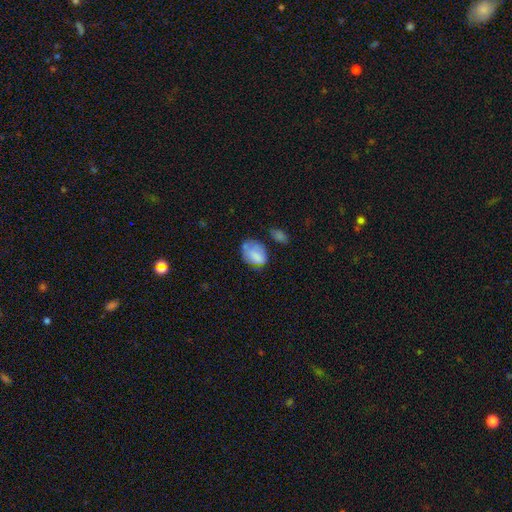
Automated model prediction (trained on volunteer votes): The model was most divided on "merging": none: 43%, minor disturbance: 33%, major disturbance: 15%, merger: 8%. More confident: how rounded — in between (77%); smooth or featured — smooth (75%).